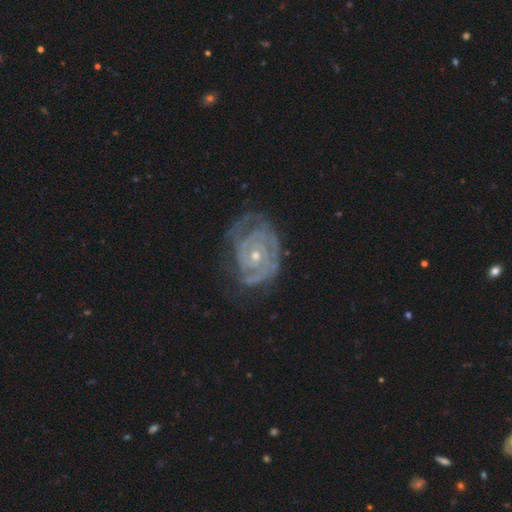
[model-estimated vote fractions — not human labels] Smooth or featured? Predicted: featured or disk (p=0.87). Edge-on disk? Predicted: no (p=0.97). Bar? Predicted: no (p=0.73). Spiral arms? Predicted: yes (p=0.95). Spiral winding? Predicted: tight (p=0.72). Spiral arm count? Predicted: 2 (p=0.37). Bulge size? Predicted: small (p=0.65). Merging? Predicted: none (p=0.62).